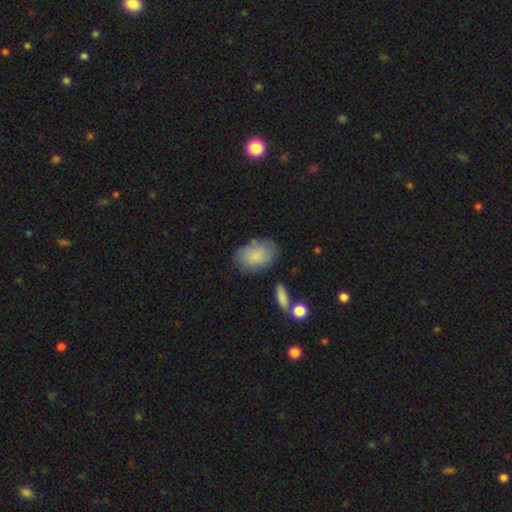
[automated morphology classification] Smooth or featured: smooth — 82% (featured or disk — 12%)
How rounded: in between — 86% (round — 13%)
Merging: none — 74% (minor disturbance — 17%)